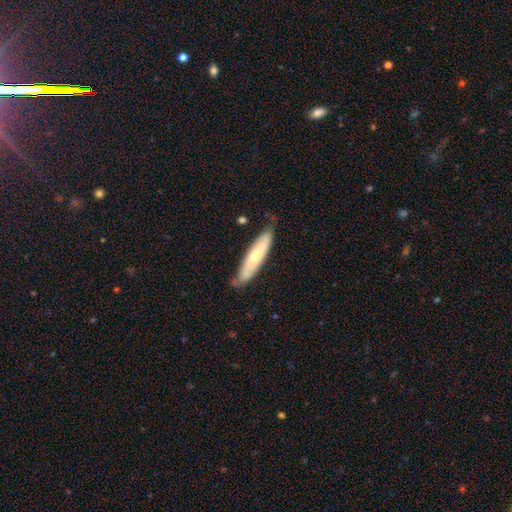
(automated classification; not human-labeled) Overall: smooth (60%; featured or disk 35%). How rounded: cigar-shaped (82%). Merging: none (72%).